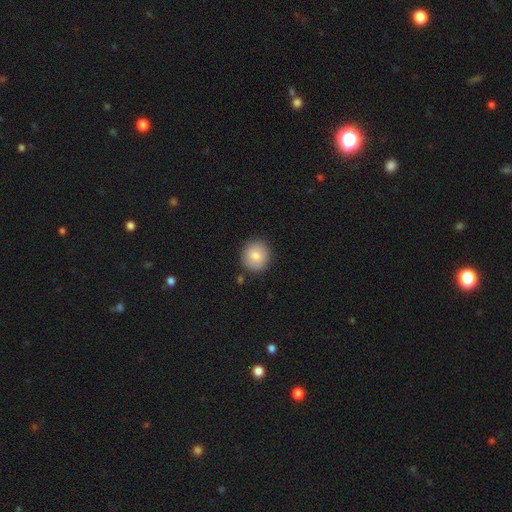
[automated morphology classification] The model was most divided on "smooth or featured": smooth: 83%, featured or disk: 9%, star or artifact: 8%. More confident: how rounded — round (91%); merging — none (87%).